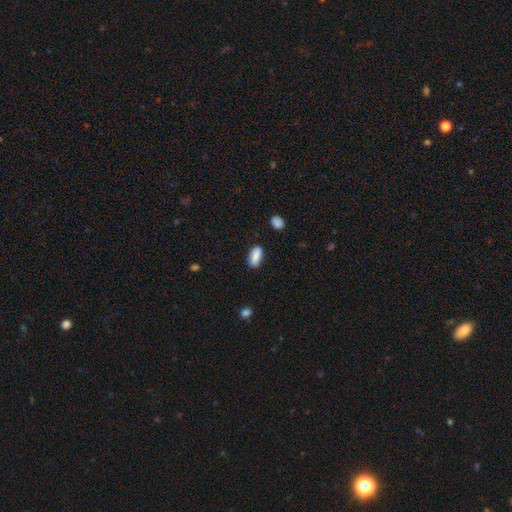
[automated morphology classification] This is clearly a smooth galaxy (89%). How rounded: clearly in between (86%). Merging: clearly none (86%).